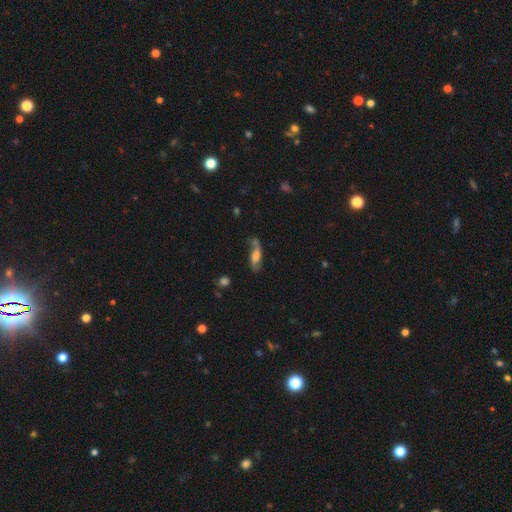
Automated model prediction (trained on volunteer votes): This appears to be a featured or disk galaxy (52%). Merging: none (49%).